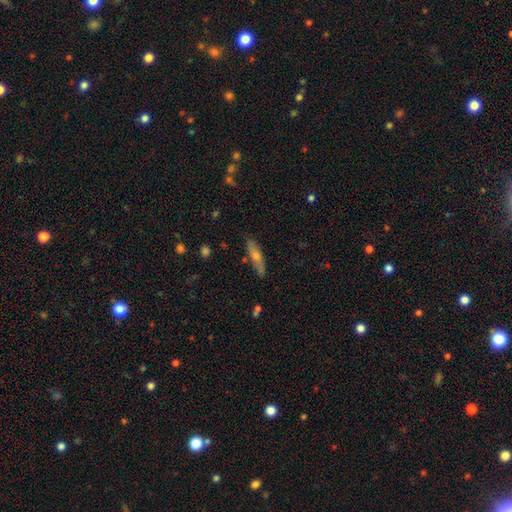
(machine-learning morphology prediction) The model was most divided on "smooth or featured": smooth: 46%, featured or disk: 45%, star or artifact: 9%. More confident: merging — none (82%).